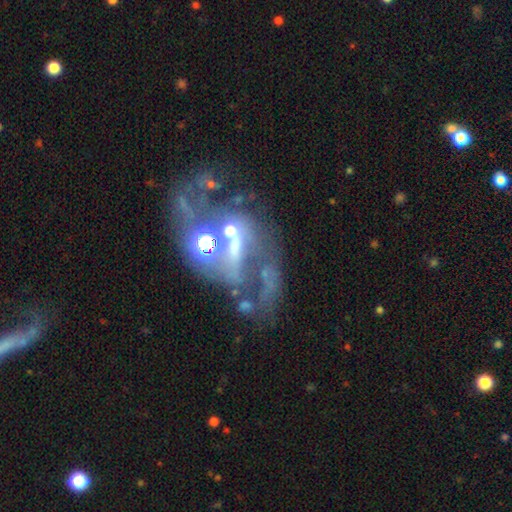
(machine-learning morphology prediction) This appears to be a featured or disk galaxy (77%) with no bar (41%), 2 (66%) loose (43%) spiral arms (71%) and a moderate central bulge (42%). Merging: none (35%).